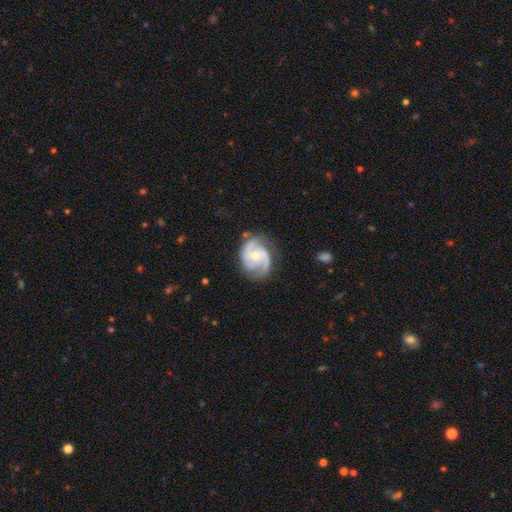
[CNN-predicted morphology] Overall: featured or disk (87%). Edge-on disk: no (98%). Bar: no (57%; weak 36%). Spiral arms: yes (96%). Spiral arm count: 2 (70%). Spiral winding: medium (51%; tight 34%). Bulge size: moderate (53%; small 43%). Merging: none (70%).